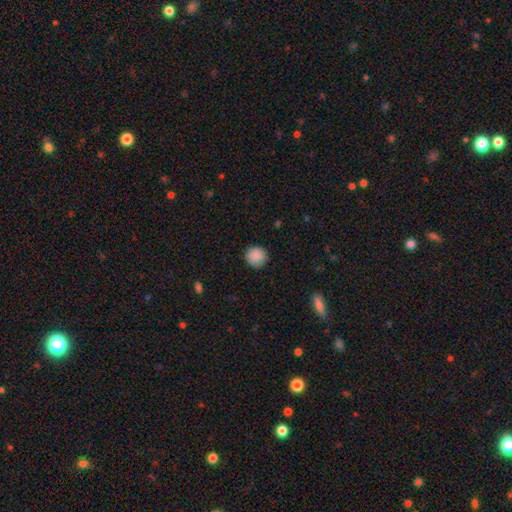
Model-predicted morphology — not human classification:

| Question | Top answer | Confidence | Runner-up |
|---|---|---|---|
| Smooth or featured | smooth | 88% | star or artifact (8%) |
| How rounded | round | 92% | in between (7%) |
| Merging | none | 88% | minor disturbance (9%) |